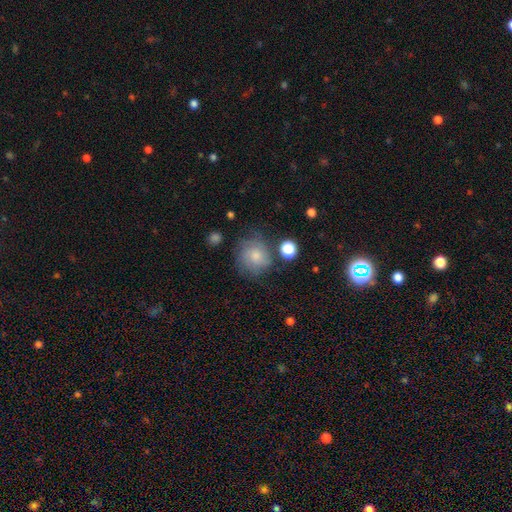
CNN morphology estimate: Smooth or featured? Predicted: smooth (p=0.70). How rounded? Predicted: round (p=0.86). Merging? Predicted: none (p=0.64).